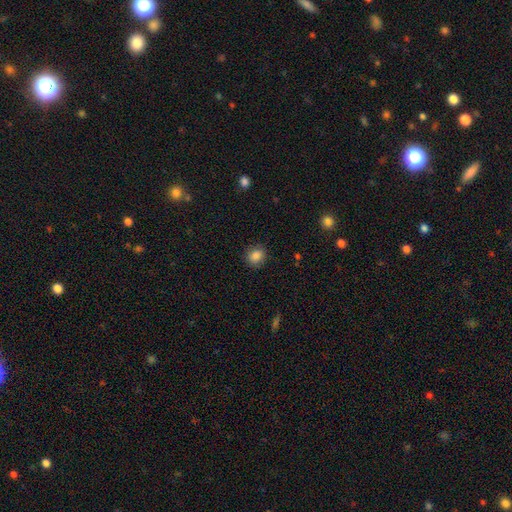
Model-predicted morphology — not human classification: Smooth or featured? smooth (86%)
How rounded? round (72%)
Merging? none (86%)